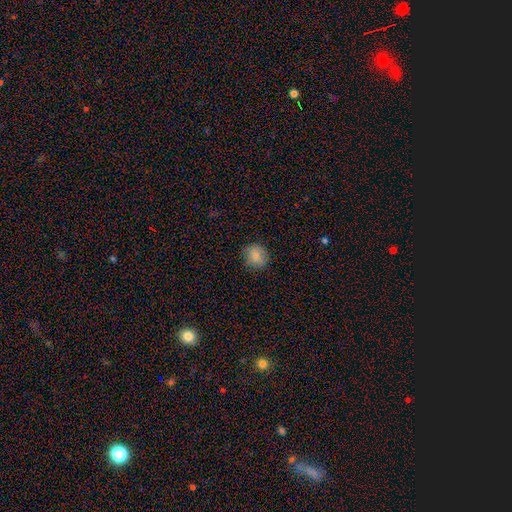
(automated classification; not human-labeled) The model was most divided on "how rounded": round: 83%, in between: 16%, cigar-shaped: 1%. More confident: merging — none (86%); smooth or featured — smooth (85%).